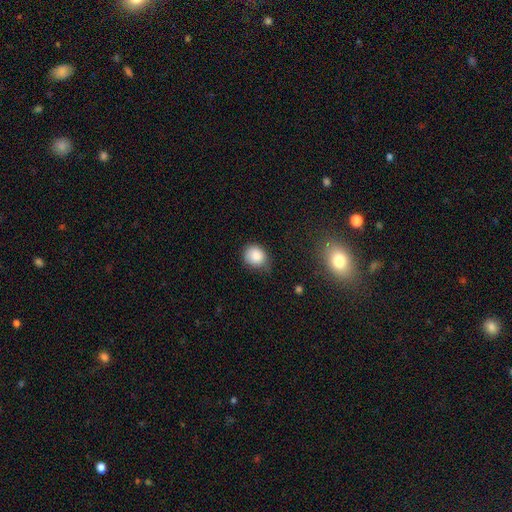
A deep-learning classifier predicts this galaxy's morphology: Smooth or featured? Predicted: smooth (p=0.85). How rounded? Predicted: round (p=0.73). Merging? Predicted: none (p=0.62).